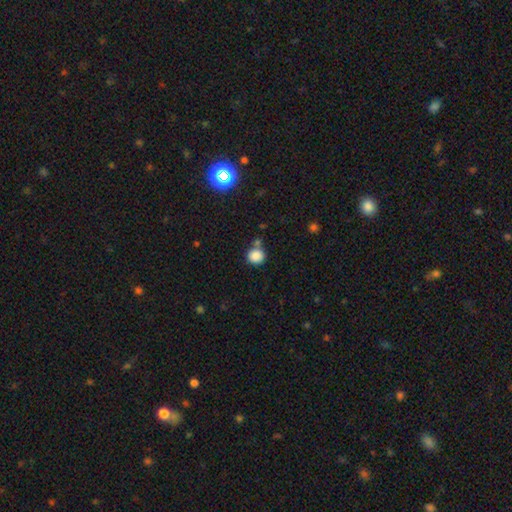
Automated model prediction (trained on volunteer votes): A smooth galaxy with no disk features (86%) that is round (86%).

Vote fractions:
- Smooth or featured? smooth: 86% / star or artifact: 10% / featured or disk: 4%
- How rounded? round: 86% / in between: 13% / cigar-shaped: 1%
- Merging? none: 68% / merger: 16% / minor disturbance: 12% / major disturbance: 4%